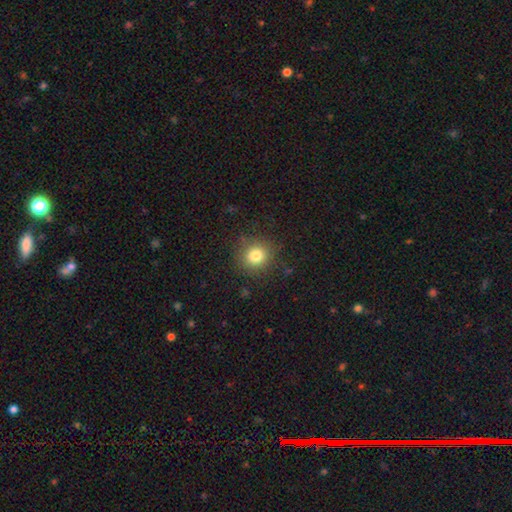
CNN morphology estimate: type=smooth (80%); roundness=round (90%); merging=none (87%).